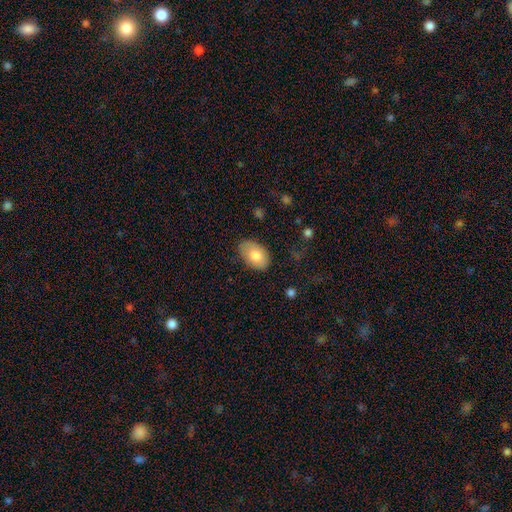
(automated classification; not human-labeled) smooth-or-featured: smooth: 79% | featured or disk: 14% | star or artifact: 7%
  how-rounded: in between: 91% | round: 8% | cigar-shaped: 1%
  merging: none: 77% | minor disturbance: 18% | major disturbance: 3% | merger: 1%